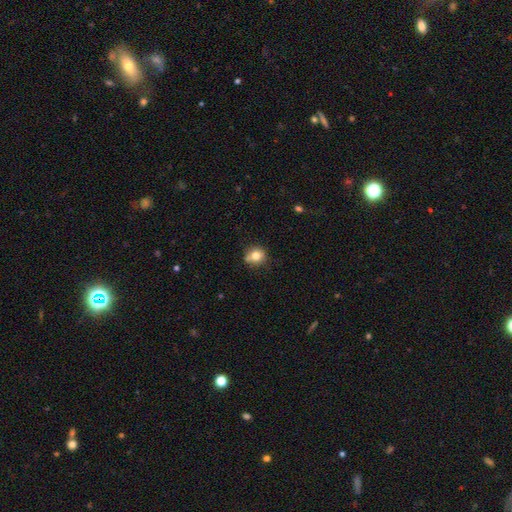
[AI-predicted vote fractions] smooth_or_featured: smooth (p=0.77) [alt: featured or disk p=0.12]
how_rounded: round (p=0.83) [alt: in between p=0.16]
merging: none (p=0.66) [alt: minor disturbance p=0.18]